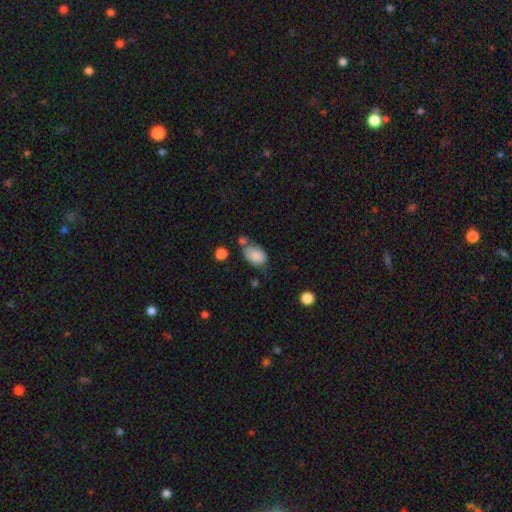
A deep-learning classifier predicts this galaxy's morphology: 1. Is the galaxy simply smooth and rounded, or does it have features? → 86% smooth, 8% star or artifact, 7% featured or disk.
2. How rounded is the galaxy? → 85% in between, 14% round, 1% cigar-shaped.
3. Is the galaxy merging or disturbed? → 44% none, 28% minor disturbance, 19% merger, 10% major disturbance.